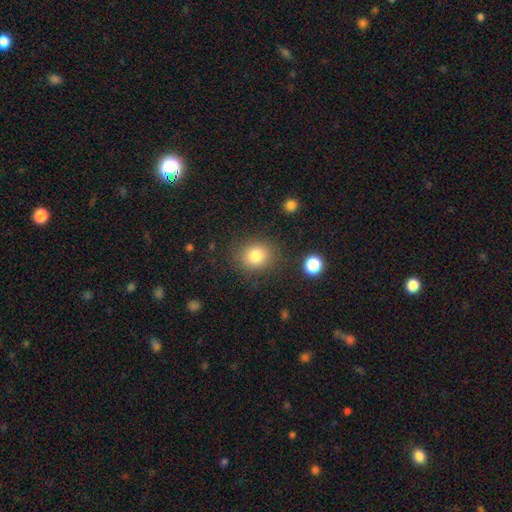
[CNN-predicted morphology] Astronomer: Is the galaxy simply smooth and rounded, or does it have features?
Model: smooth — 82%.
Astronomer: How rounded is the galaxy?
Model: round — 74%.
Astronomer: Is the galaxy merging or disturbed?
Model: none — 82%.